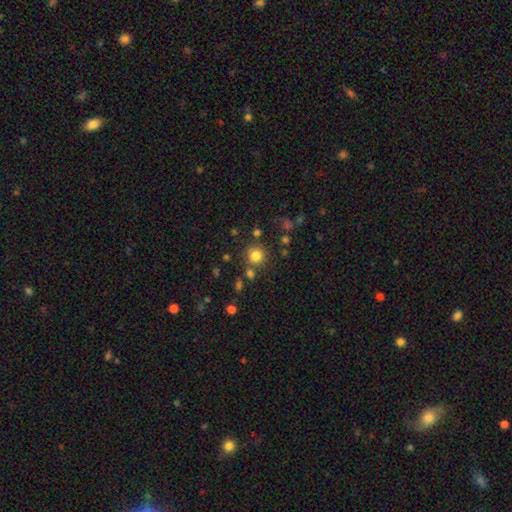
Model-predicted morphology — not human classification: The model was most divided on "smooth or featured": smooth: 80%, star or artifact: 13%, featured or disk: 6%. More confident: how rounded — round (93%); merging — none (81%).